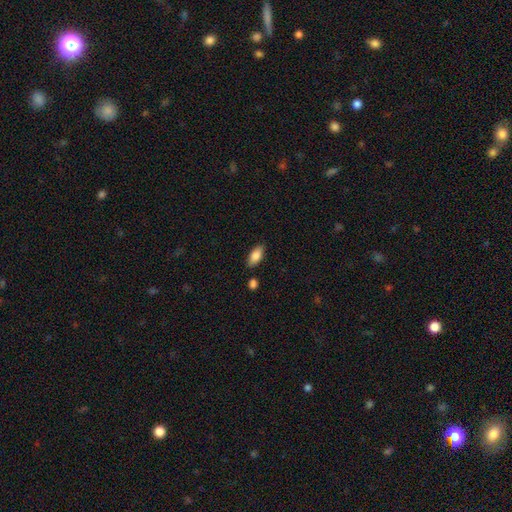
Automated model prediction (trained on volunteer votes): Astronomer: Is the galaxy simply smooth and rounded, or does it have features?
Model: smooth — 83%.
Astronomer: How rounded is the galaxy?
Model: in between — 86%.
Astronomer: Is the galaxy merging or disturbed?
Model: none — 84%.